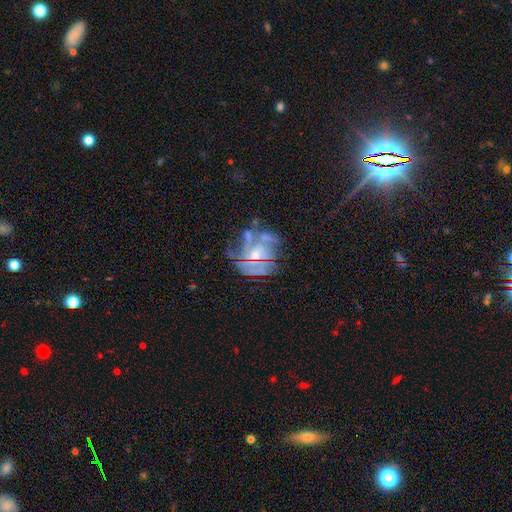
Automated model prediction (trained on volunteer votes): A featured or disk galaxy (66%) with no bar (68%), spiral arms (62%) and a small central bulge (45%). Merging: none (48%).